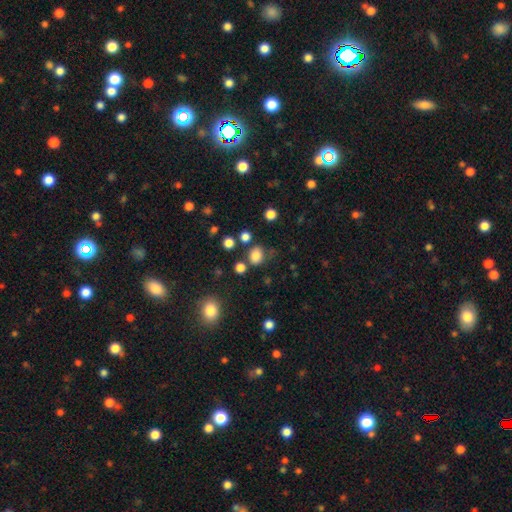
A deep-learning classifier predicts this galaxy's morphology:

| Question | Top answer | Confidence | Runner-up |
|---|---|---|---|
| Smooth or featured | smooth | 80% | star or artifact (14%) |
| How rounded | round | 67% | in between (32%) |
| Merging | none | 70% | minor disturbance (16%) |